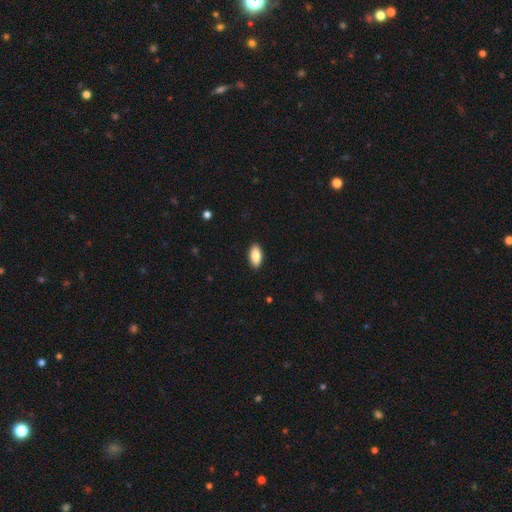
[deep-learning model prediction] smooth-or-featured: smooth: 87% | featured or disk: 7% | star or artifact: 6%
  how-rounded: in between: 91% | cigar-shaped: 7% | round: 2%
  merging: none: 90% | minor disturbance: 7% | major disturbance: 2% | merger: 1%